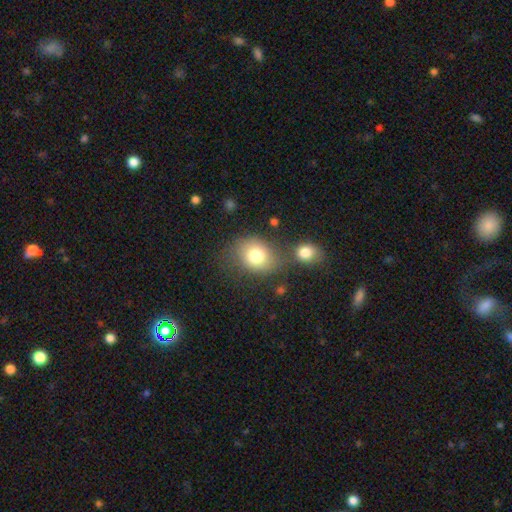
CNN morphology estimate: This appears to be a smooth galaxy with no disk features (77%) that is round (54%). Merging: none (52%).